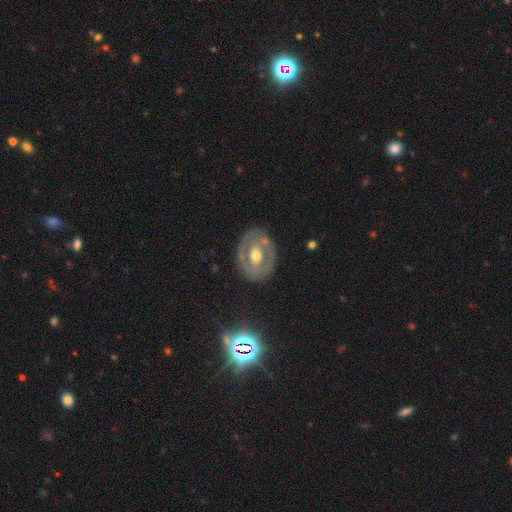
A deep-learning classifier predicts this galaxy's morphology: Smooth or featured: featured or disk — 70% (smooth — 23%)
Edge-on disk: no — 94% (yes — 6%)
Bar: no — 52% (weak — 31%)
Spiral arms: no — 66% (yes — 34%)
Bulge size: moderate — 69% (small — 21%)
Merging: none — 77% (minor disturbance — 15%)